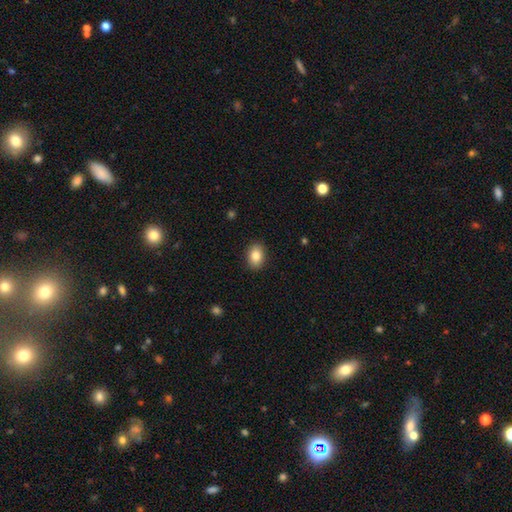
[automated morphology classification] Smooth or featured?
  - smooth: 86% *
  - star or artifact: 8%
  - featured or disk: 6%
How rounded?
  - in between: 78% *
  - round: 21%
  - cigar-shaped: 1%
Merging?
  - none: 89% *
  - minor disturbance: 8%
  - major disturbance: 2%
  - merger: 1%